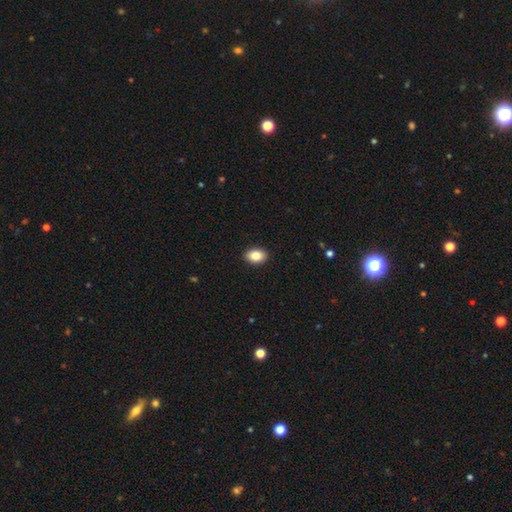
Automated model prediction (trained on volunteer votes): Smooth or featured? smooth (86%)
How rounded? in between (83%)
Merging? none (91%)